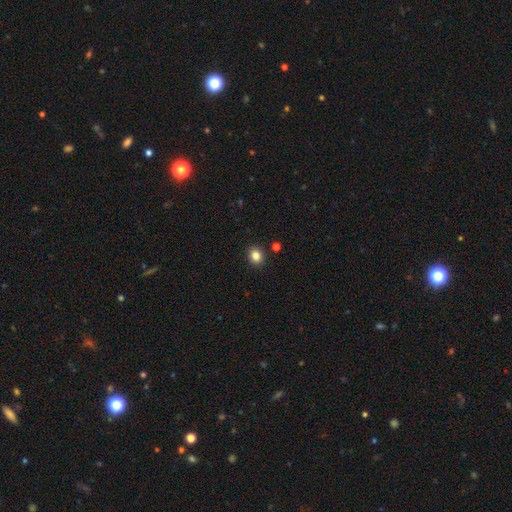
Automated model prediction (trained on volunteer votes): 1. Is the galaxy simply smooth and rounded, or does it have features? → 84% smooth, 11% star or artifact, 5% featured or disk.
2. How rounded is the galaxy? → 74% round, 25% in between, 1% cigar-shaped.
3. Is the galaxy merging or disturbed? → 90% none, 6% minor disturbance, 2% merger, 2% major disturbance.